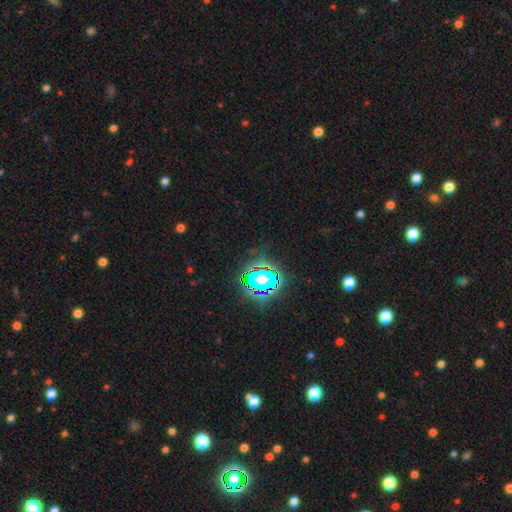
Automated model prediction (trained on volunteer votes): smooth-or-featured: star or artifact: 81% | smooth: 11% | featured or disk: 7%